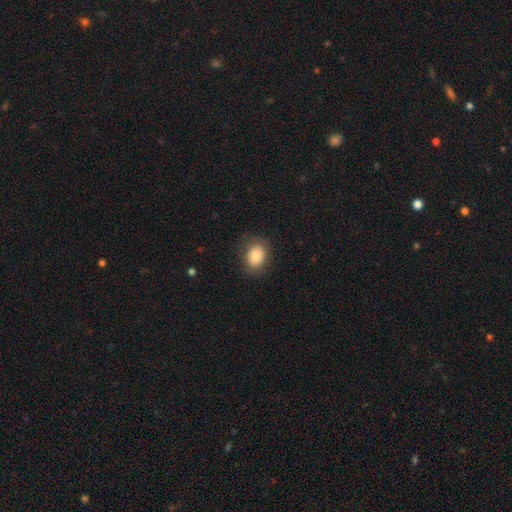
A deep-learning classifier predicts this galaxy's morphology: type=smooth (82%); roundness=in between (54%); merging=none (82%).